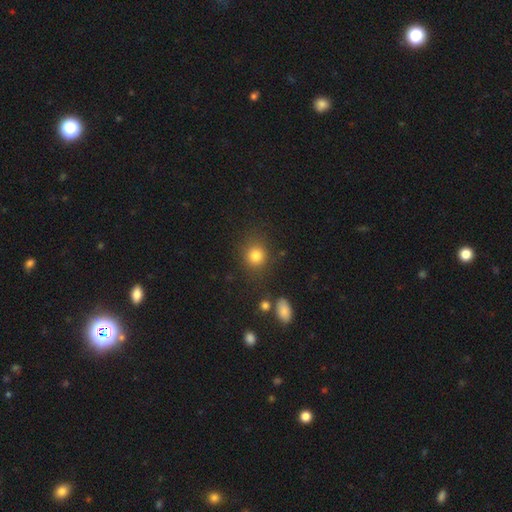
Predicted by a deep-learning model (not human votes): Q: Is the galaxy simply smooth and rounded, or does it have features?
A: smooth — 82%.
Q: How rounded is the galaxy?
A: round — 81%.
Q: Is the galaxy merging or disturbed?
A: none — 80%.